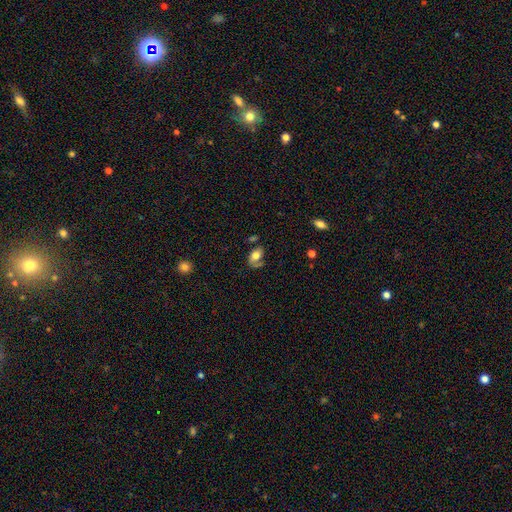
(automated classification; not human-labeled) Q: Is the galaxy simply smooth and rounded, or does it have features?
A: smooth — 59%.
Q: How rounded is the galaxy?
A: in between — 88%.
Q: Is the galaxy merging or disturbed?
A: none — 45%.